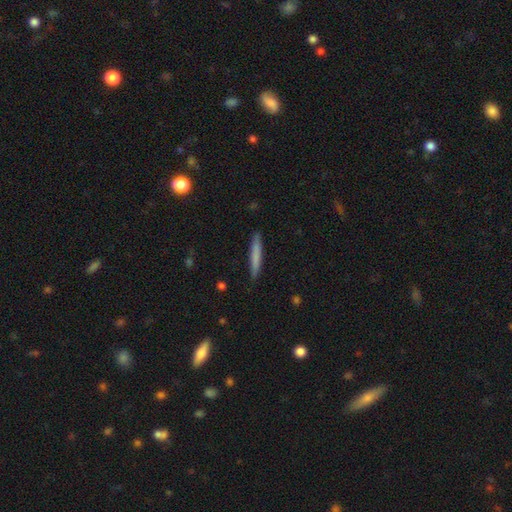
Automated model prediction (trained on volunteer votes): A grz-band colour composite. It shows a smooth galaxy with no disk features (72%) that is cigar-shaped (95%). Merging: none (90%).